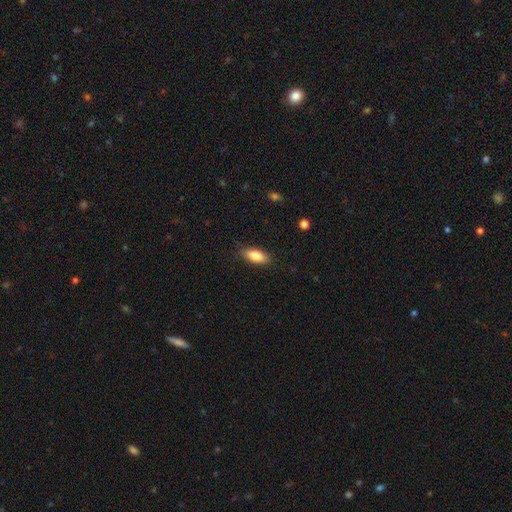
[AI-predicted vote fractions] A smooth galaxy with no disk features (83%) that is in between round and cigar-shaped (80%). Merging: none (84%).